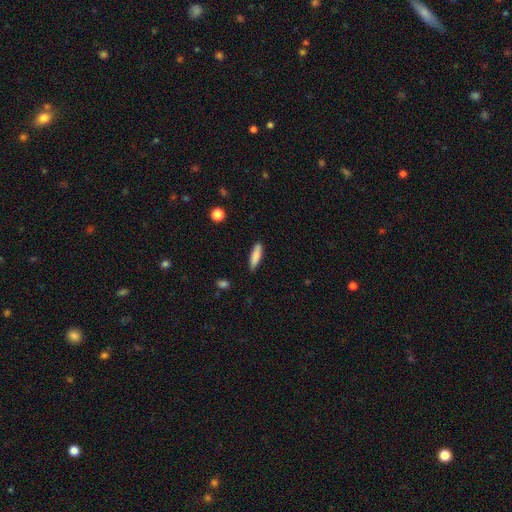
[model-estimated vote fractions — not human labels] smooth-or-featured: smooth: 83% | featured or disk: 10% | star or artifact: 7%
  how-rounded: cigar-shaped: 68% | in between: 30% | round: 2%
  merging: none: 85% | minor disturbance: 12% | major disturbance: 2% | merger: 2%